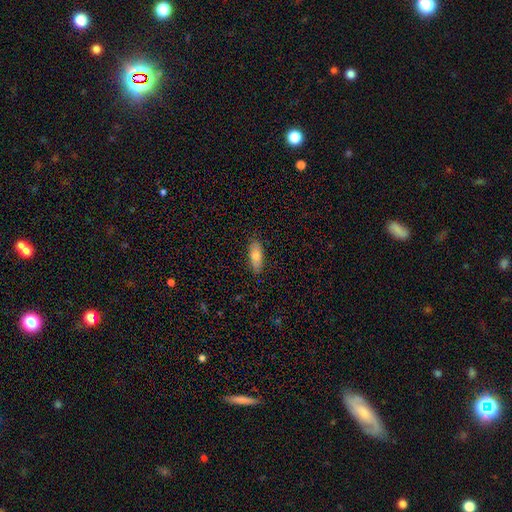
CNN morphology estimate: smooth_or_featured: smooth (p=0.72) [alt: featured or disk p=0.22]
how_rounded: in between (p=0.79) [alt: cigar-shaped p=0.18]
merging: none (p=0.87) [alt: minor disturbance p=0.10]